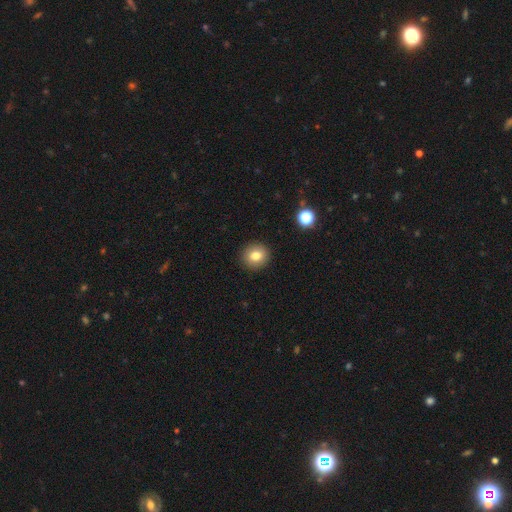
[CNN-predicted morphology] smooth 80%, star or artifact 10%, featured or disk 10%. Down the decision tree: how rounded — round (83%); merging — none (91%).